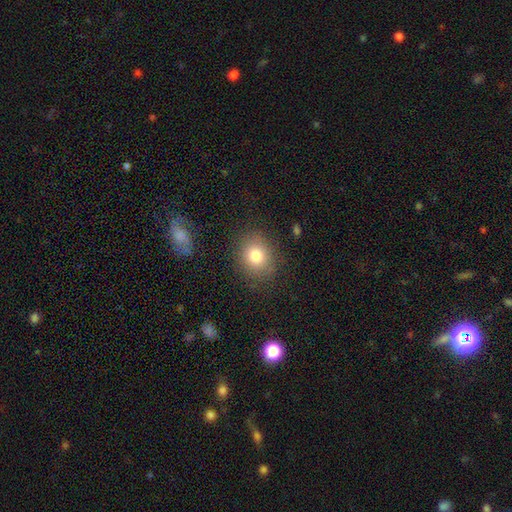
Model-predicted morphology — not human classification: type=smooth (80%); roundness=round (70%); merging=none (84%).